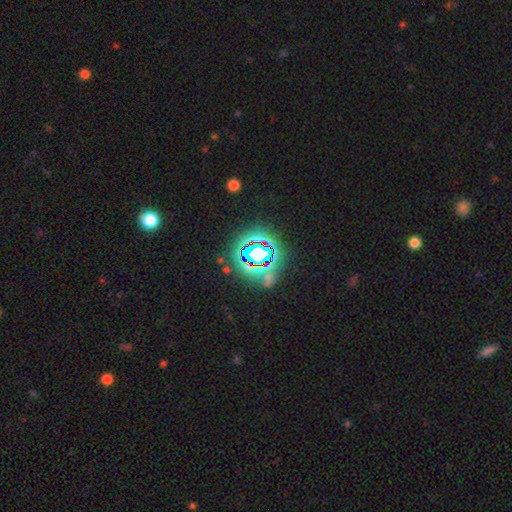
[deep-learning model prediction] smooth_or_featured: star or artifact (p=0.72) [alt: smooth p=0.17]